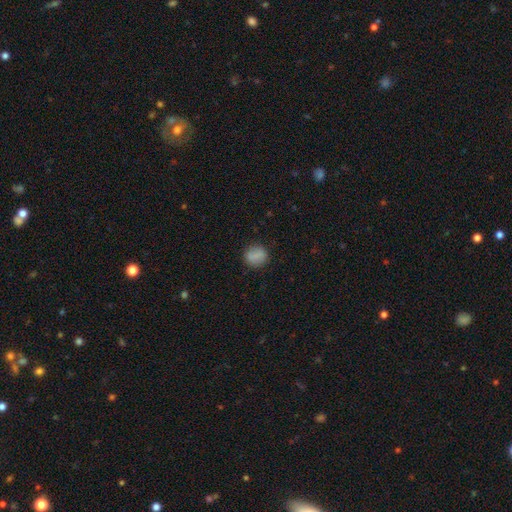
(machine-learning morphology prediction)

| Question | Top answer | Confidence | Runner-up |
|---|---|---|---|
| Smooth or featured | smooth | 83% | star or artifact (9%) |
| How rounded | round | 75% | in between (23%) |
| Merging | none | 86% | minor disturbance (9%) |